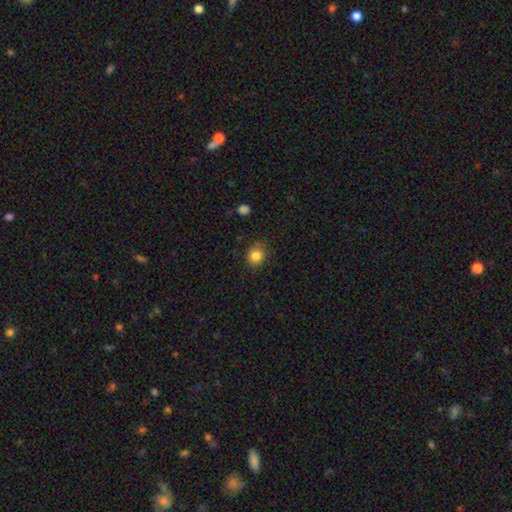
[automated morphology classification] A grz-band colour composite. It shows a smooth galaxy with no disk features (84%) that is round (75%). Merging: none (80%).